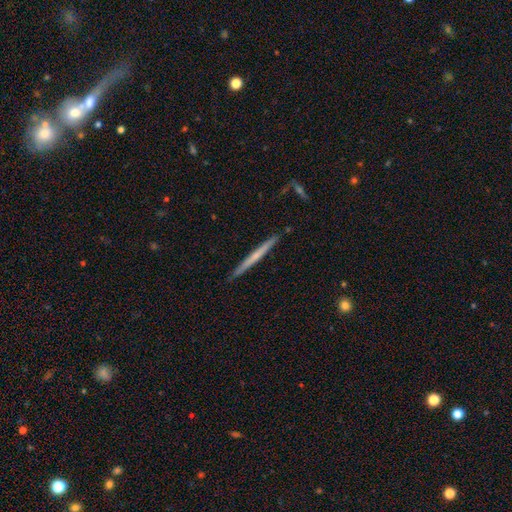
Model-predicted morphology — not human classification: featured or disk 52%, smooth 42%, star or artifact 5%. Down the decision tree: edge-on disk — yes (98%); edge-on bulge — none (76%); merging — none (91%).